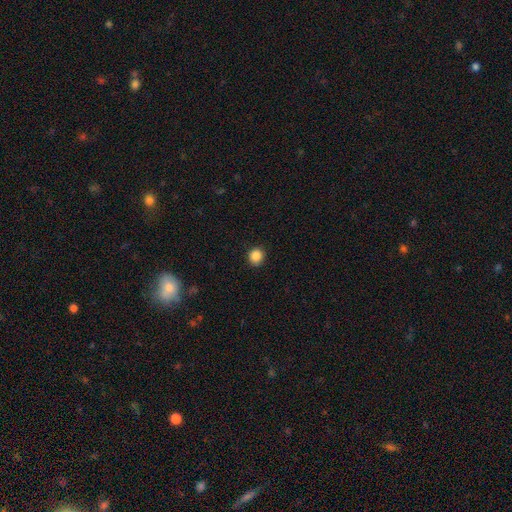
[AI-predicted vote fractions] smooth_or_featured: smooth (p=0.87) [alt: star or artifact p=0.10]
how_rounded: round (p=0.87) [alt: in between p=0.12]
merging: none (p=0.90) [alt: minor disturbance p=0.07]